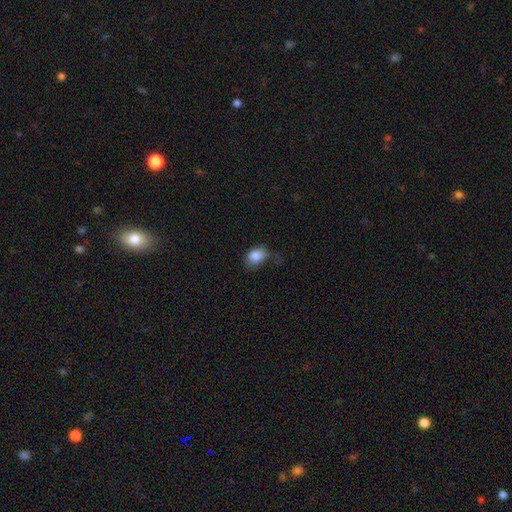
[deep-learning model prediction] Smooth or featured? smooth (84%)
How rounded? in between (61%)
Merging? none (40%)